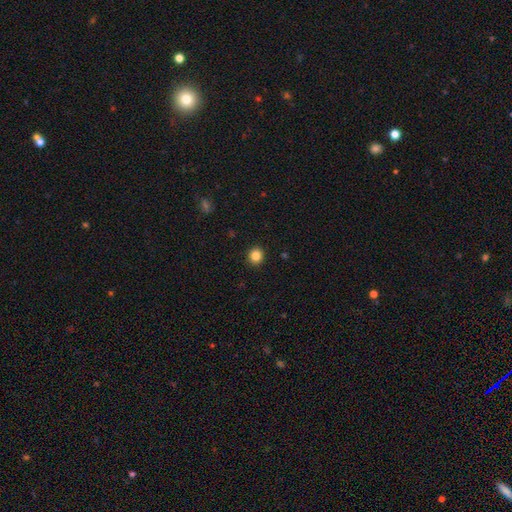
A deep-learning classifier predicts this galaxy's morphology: Smooth or featured: smooth — 85% (star or artifact — 11%)
How rounded: round — 90% (in between — 9%)
Merging: none — 93% (minor disturbance — 5%)